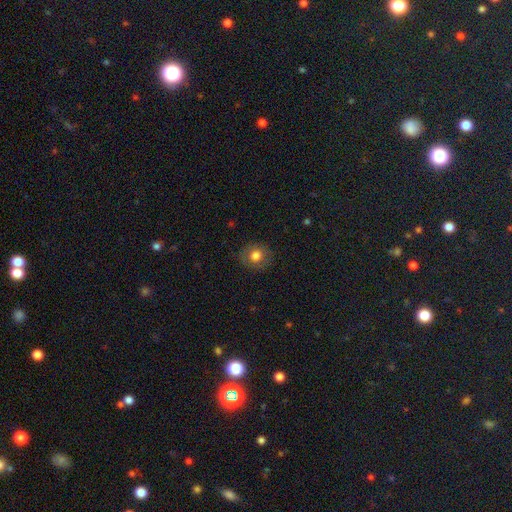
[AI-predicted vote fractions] smooth 77%, featured or disk 14%, star or artifact 10%. Down the decision tree: how rounded — round (80%); merging — none (85%).